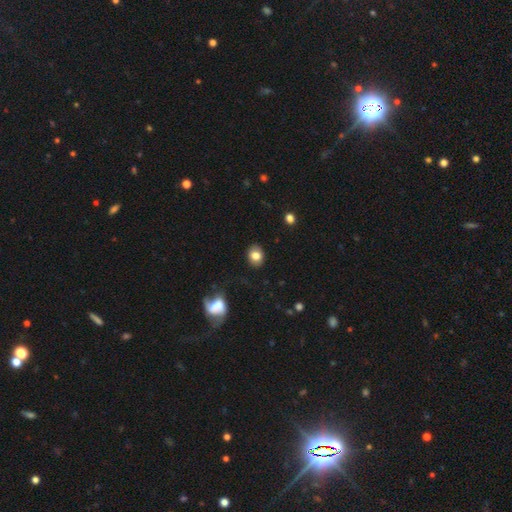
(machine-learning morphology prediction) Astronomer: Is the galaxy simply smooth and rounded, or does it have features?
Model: smooth — 81%.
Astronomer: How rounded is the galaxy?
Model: round — 50% (runner-up: in between, 49%).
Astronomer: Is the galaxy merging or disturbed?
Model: none — 87%.